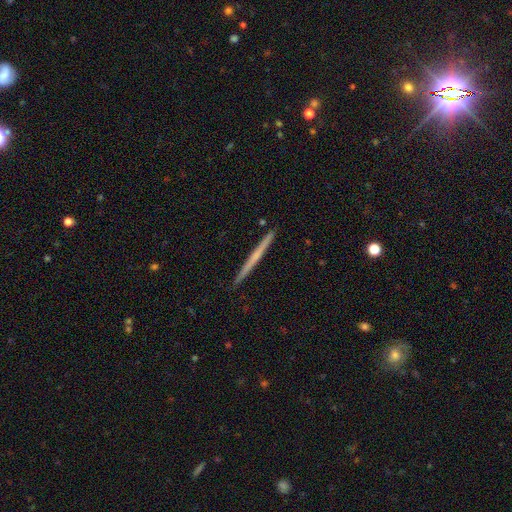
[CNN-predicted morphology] The model was most divided on "smooth or featured": featured or disk: 57%, smooth: 37%, star or artifact: 6%. More confident: edge-on disk — yes (98%); merging — none (93%); edge-on bulge — none (76%).